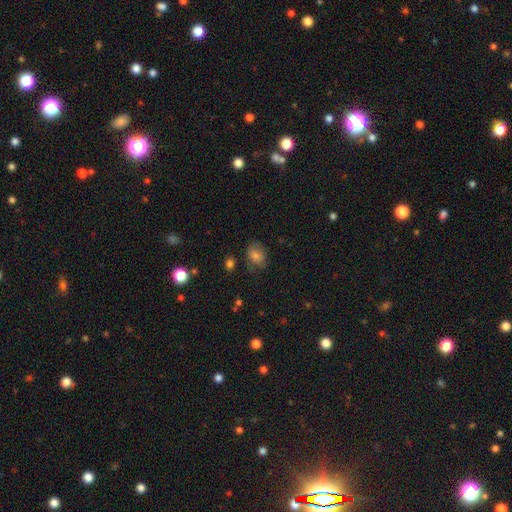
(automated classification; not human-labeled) Smooth or featured?
  - smooth: 69% *
  - featured or disk: 18%
  - star or artifact: 13%
How rounded?
  - in between: 63% *
  - round: 36%
  - cigar-shaped: 1%
Merging?
  - none: 65% *
  - minor disturbance: 24%
  - major disturbance: 9%
  - merger: 2%